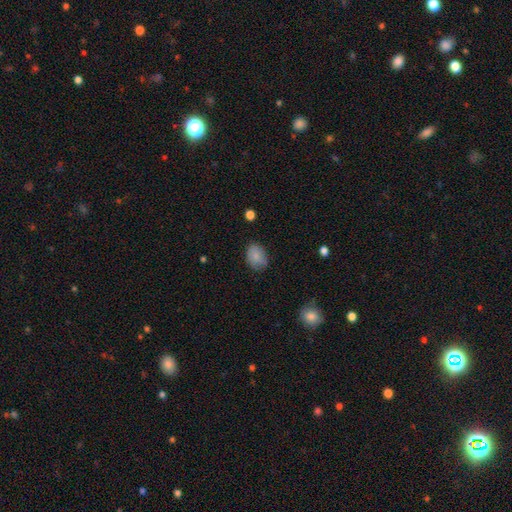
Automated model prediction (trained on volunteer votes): The model was most divided on "how rounded": in between: 75%, round: 24%, cigar-shaped: 1%. More confident: smooth or featured — smooth (84%); merging — none (77%).